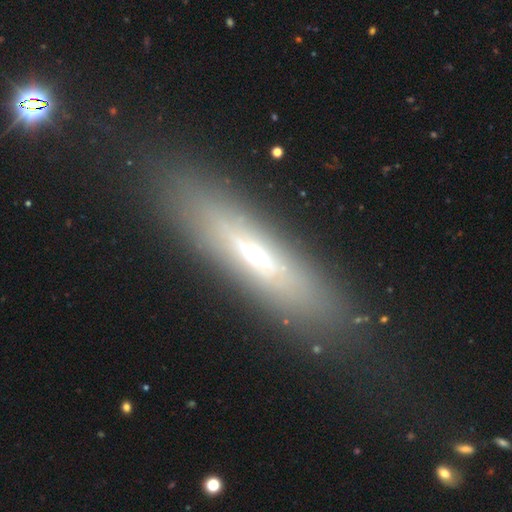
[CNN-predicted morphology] Smooth or featured?
  - featured or disk: 58% *
  - smooth: 32%
  - star or artifact: 10%
Edge-on disk?
  - yes: 74% *
  - no: 26%
Merging?
  - none: 81% *
  - minor disturbance: 12%
  - major disturbance: 5%
  - merger: 2%